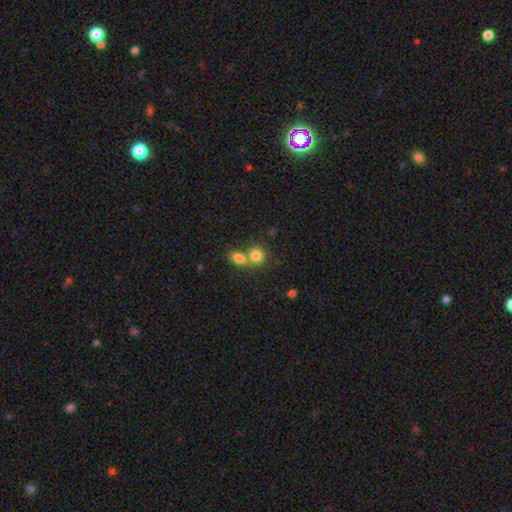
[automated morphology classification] This is likely a smooth galaxy (80%). How rounded: likely round (68%). Merging: possibly merger (56%).